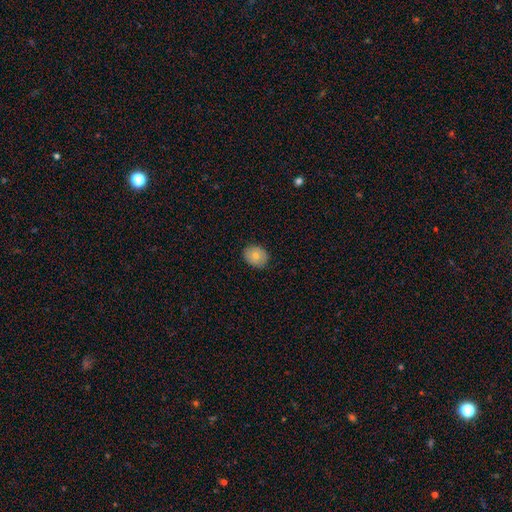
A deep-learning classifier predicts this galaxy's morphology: This is likely a smooth galaxy (77%). How rounded: possibly round (50%). Merging: clearly none (86%).